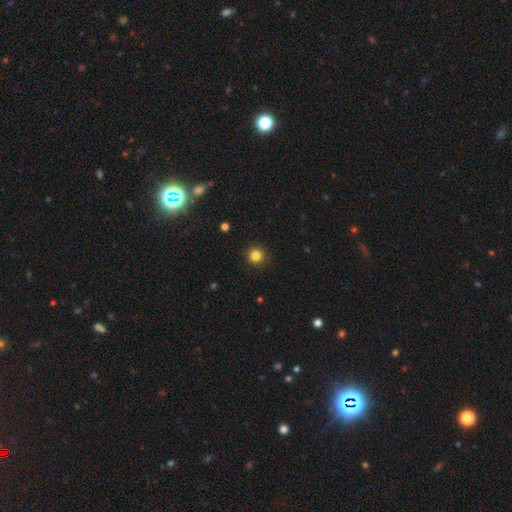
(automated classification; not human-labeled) smooth-or-featured: smooth: 83% | star or artifact: 13% | featured or disk: 4%
  how-rounded: round: 95% | in between: 4% | cigar-shaped: 1%
  merging: none: 92% | minor disturbance: 5% | major disturbance: 2% | merger: 1%